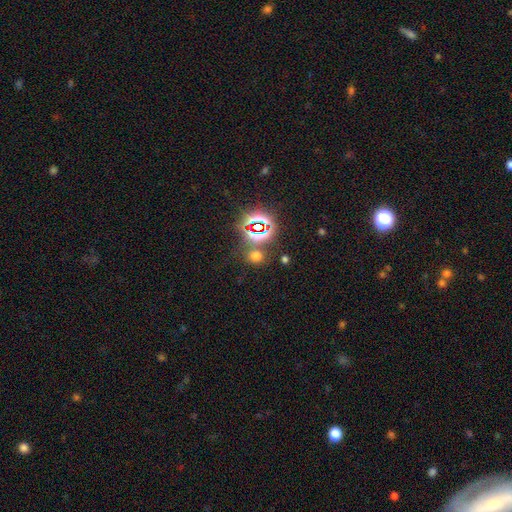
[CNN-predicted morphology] Q: Smooth or featured?
A: smooth (54%); runner-up: star or artifact (40%)
Q: How rounded?
A: round (69%); runner-up: in between (29%)
Q: Merging?
A: none (76%); runner-up: merger (11%)